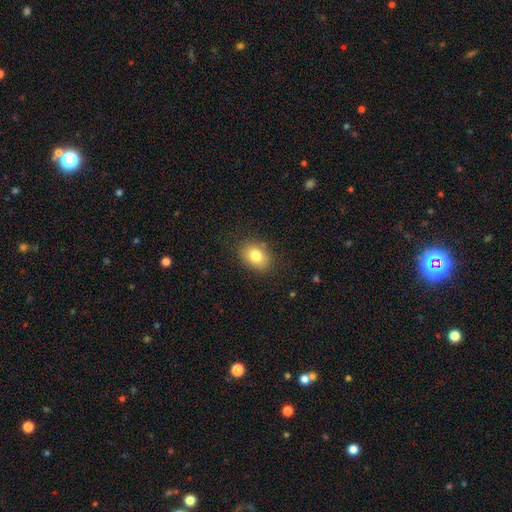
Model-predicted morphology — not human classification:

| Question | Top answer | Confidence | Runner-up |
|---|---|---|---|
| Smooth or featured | smooth | 80% | featured or disk (10%) |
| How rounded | in between | 68% | round (31%) |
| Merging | none | 84% | minor disturbance (11%) |